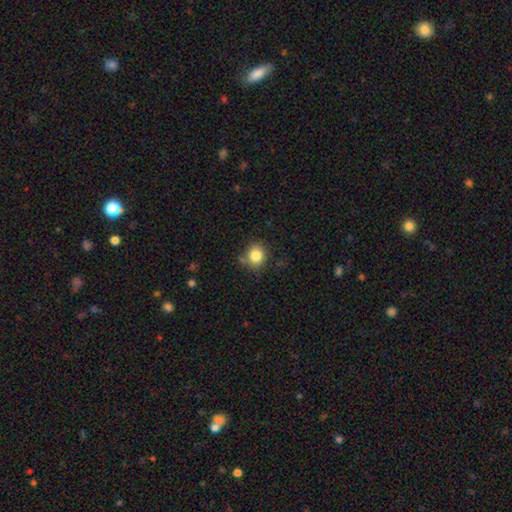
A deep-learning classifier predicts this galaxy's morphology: This appears to be a smooth galaxy with no disk features (83%) that is round (80%). Merging: none (81%).